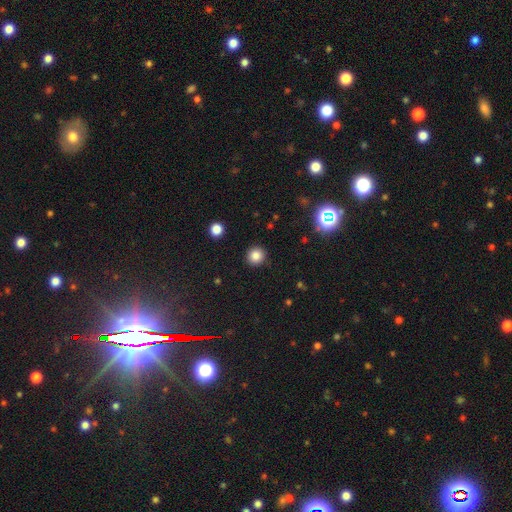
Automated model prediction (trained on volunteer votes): This appears to be a smooth galaxy with no disk features (84%) that is round (91%). Merging: none (91%).